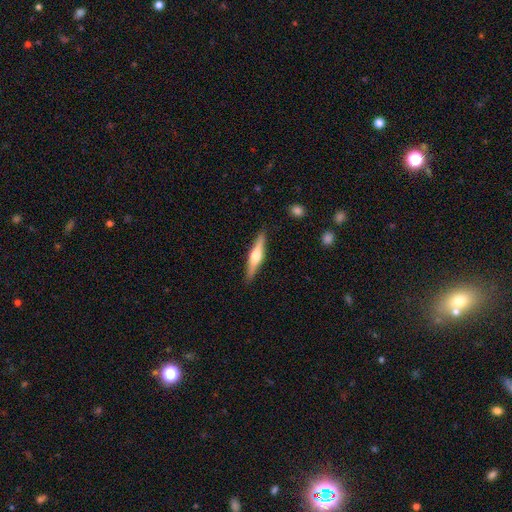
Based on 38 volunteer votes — Morphology: type=featured or disk (71%); edge-on=yes (100%); edge-on bulge=rounded (96%); merging=none (92%).